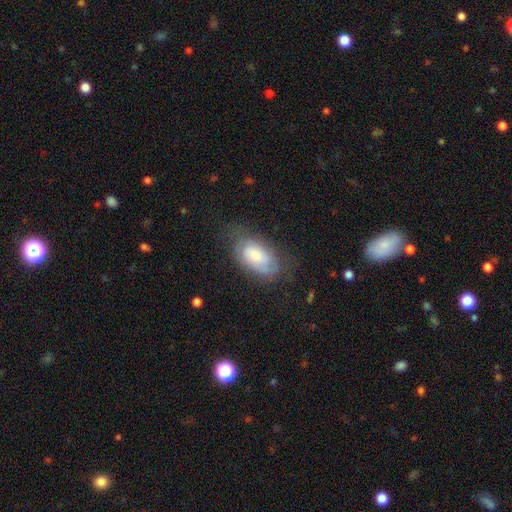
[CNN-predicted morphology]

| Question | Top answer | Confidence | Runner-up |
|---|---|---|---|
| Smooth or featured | smooth | 50% | featured or disk (43%) |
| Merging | none | 59% | minor disturbance (25%) |